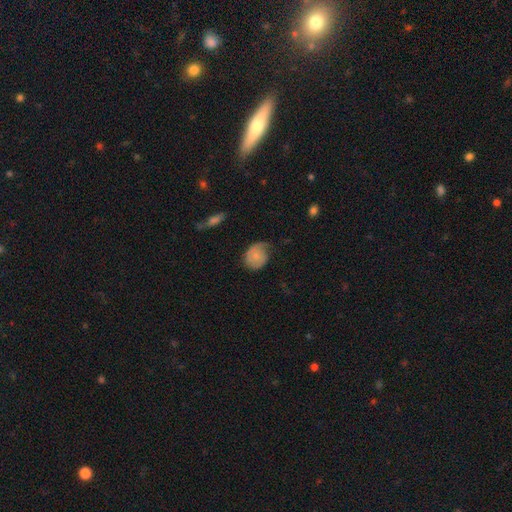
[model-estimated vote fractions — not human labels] This appears to be a smooth galaxy with no disk features (63%) that is round (59%). Merging: none (42%).